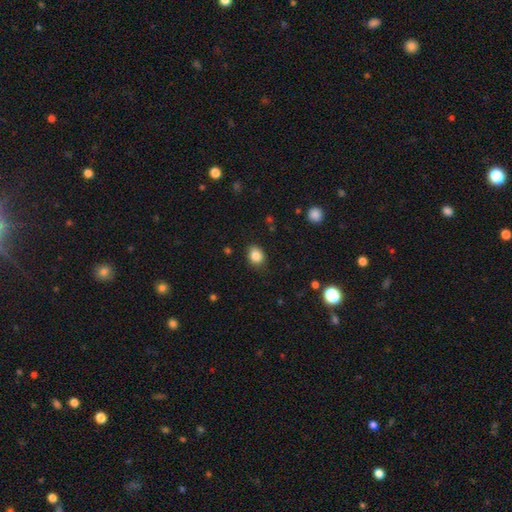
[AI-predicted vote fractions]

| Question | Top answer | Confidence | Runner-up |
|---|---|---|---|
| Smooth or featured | smooth | 85% | star or artifact (10%) |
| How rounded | round | 54% | in between (45%) |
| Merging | none | 84% | minor disturbance (11%) |